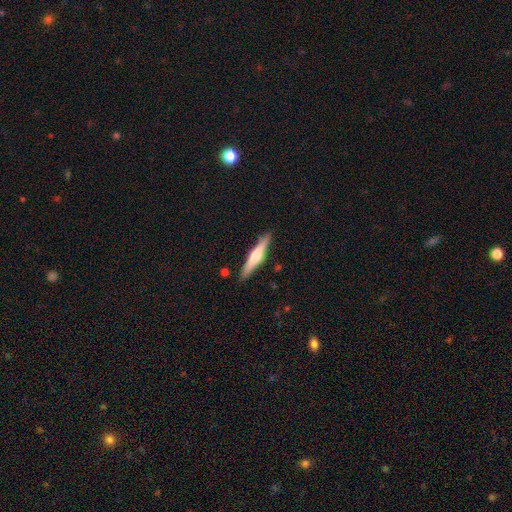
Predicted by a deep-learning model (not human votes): The model was most divided on "smooth or featured": featured or disk: 53%, smooth: 42%, star or artifact: 5%. More confident: edge-on disk — yes (97%); merging — none (89%); edge-on bulge — rounded (81%).